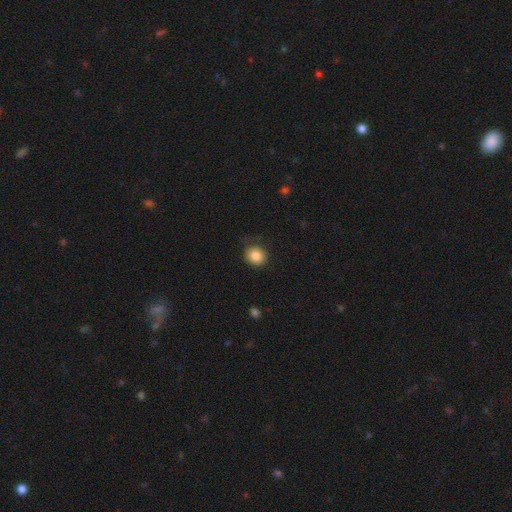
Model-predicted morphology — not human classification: Q: Smooth or featured?
A: smooth (86%); runner-up: star or artifact (9%)
Q: How rounded?
A: round (75%); runner-up: in between (24%)
Q: Merging?
A: none (83%); runner-up: minor disturbance (13%)